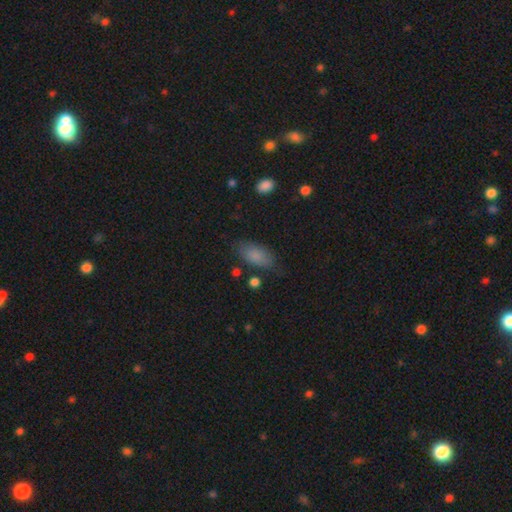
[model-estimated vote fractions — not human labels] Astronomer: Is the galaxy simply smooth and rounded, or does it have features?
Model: smooth — 83%.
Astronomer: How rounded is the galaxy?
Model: in between — 90%.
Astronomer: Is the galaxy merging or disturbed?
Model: none — 74%.